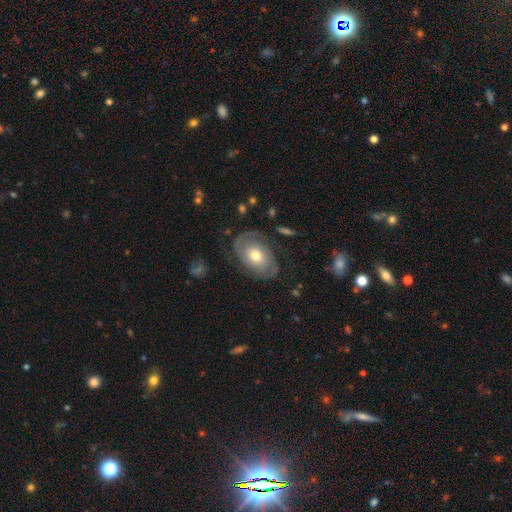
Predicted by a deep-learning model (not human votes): Q: Smooth or featured?
A: featured or disk (74%); runner-up: smooth (19%)
Q: Edge-on disk?
A: no (95%); runner-up: yes (5%)
Q: Bar?
A: no (78%); runner-up: weak (17%)
Q: Spiral arms?
A: yes (86%); runner-up: no (14%)
Q: Spiral winding?
A: tight (61%); runner-up: medium (29%)
Q: Spiral arm count?
A: 2 (75%); runner-up: can't tell (13%)
Q: Bulge size?
A: moderate (72%); runner-up: small (18%)
Q: Merging?
A: none (76%); runner-up: minor disturbance (15%)